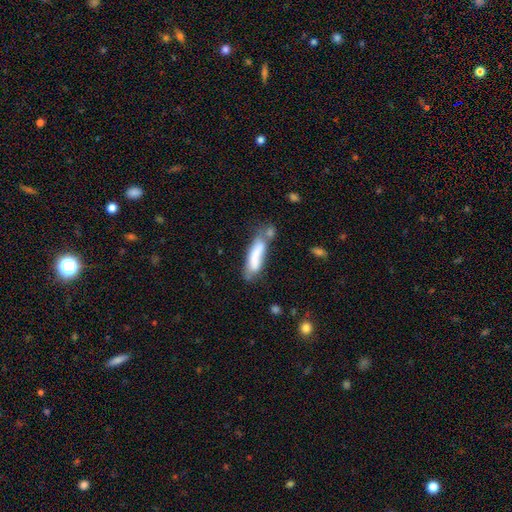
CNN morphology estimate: type=smooth (70%); roundness=cigar-shaped (61%); merging=none (36%).